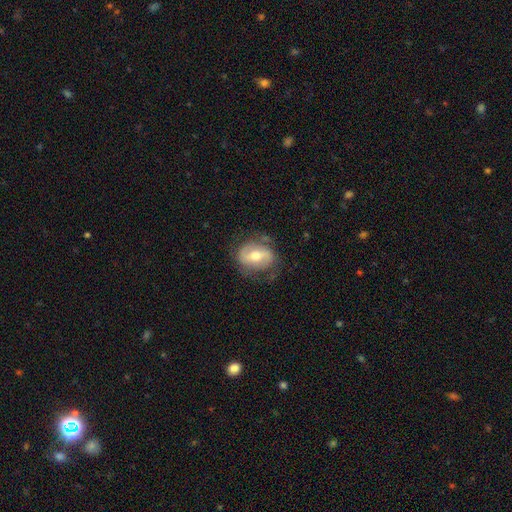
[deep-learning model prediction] smooth-or-featured: featured or disk: 57% | smooth: 36% | star or artifact: 7%
  disk-edge-on: no: 94% | yes: 6%
    bar: weak: 39% | strong: 35% | no: 26%
    has-spiral-arms: yes: 64% | no: 36%
    bulge-size: moderate: 71% | small: 19% | large: 8% | none: 1% | dominant: 1%
  merging: none: 66% | minor disturbance: 22% | major disturbance: 10% | merger: 2%